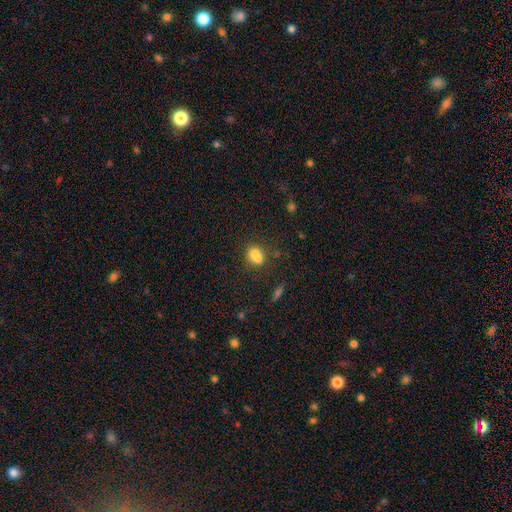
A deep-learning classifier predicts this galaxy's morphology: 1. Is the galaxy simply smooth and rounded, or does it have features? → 81% smooth, 12% star or artifact, 7% featured or disk.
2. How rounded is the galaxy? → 72% in between, 23% round, 5% cigar-shaped.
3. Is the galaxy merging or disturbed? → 68% none, 18% minor disturbance, 9% merger, 6% major disturbance.